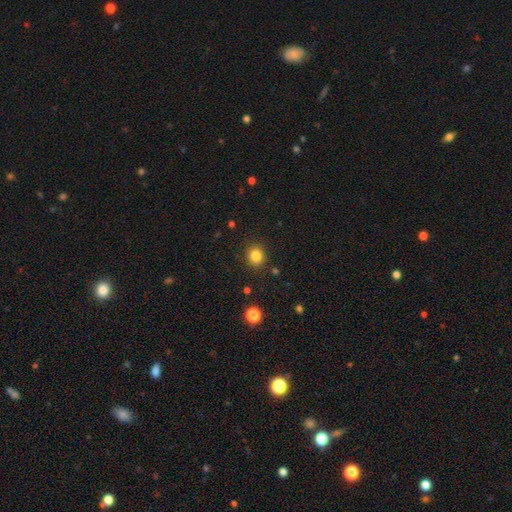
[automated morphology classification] Smooth or featured?
  - smooth: 83% *
  - star or artifact: 12%
  - featured or disk: 5%
How rounded?
  - round: 83% *
  - in between: 16%
  - cigar-shaped: 1%
Merging?
  - none: 90% *
  - minor disturbance: 7%
  - major disturbance: 2%
  - merger: 2%